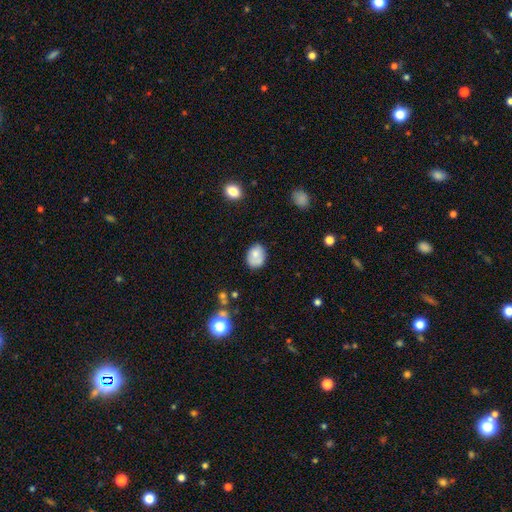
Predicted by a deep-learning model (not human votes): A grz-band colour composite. It shows a smooth galaxy with no disk features (75%) that is in between round and cigar-shaped (65%). Merging: none (66%).